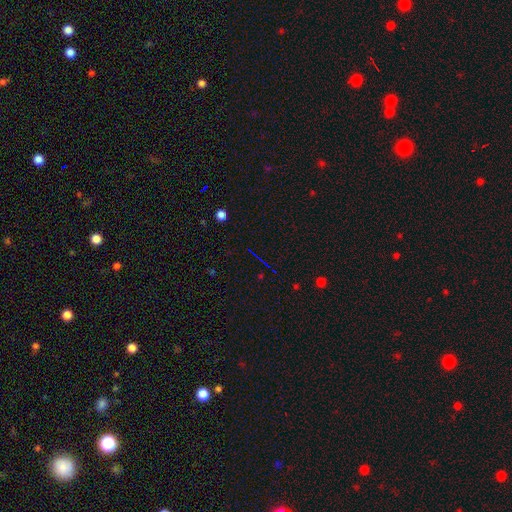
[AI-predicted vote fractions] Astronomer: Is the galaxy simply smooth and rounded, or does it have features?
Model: star or artifact — 70%.